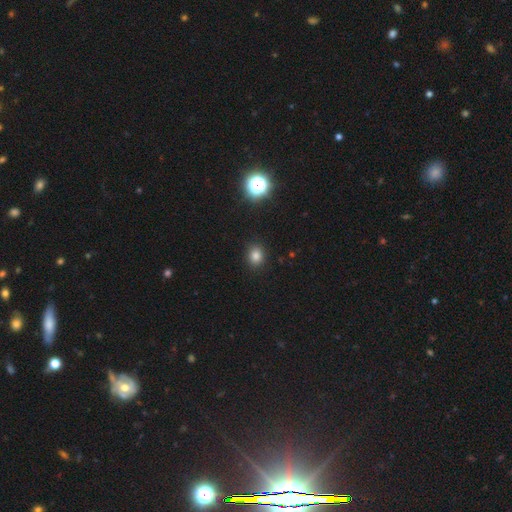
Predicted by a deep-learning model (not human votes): The model was most divided on "how rounded": round: 66%, in between: 34%, cigar-shaped: 1%. More confident: merging — none (90%); smooth or featured — smooth (80%).